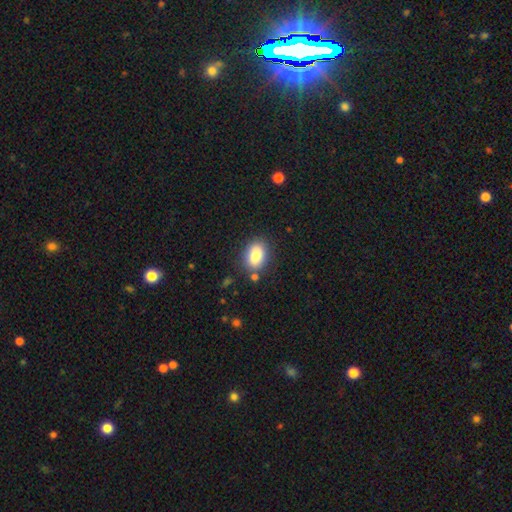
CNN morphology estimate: This is clearly a smooth galaxy (85%). How rounded: clearly in between (82%). Merging: likely none (78%).